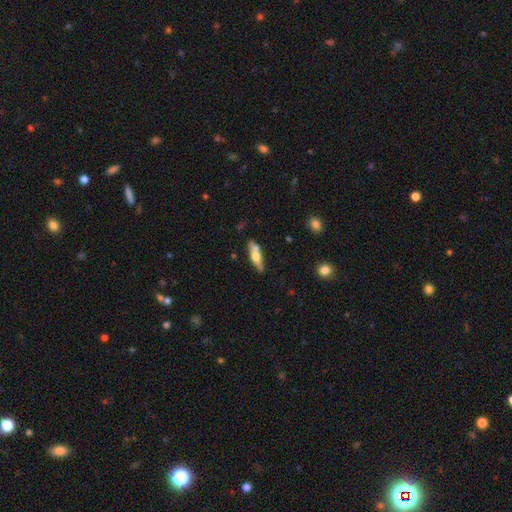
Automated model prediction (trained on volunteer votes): A featured or disk galaxy (52%) viewed edge-on (88%). Merging: none (66%).